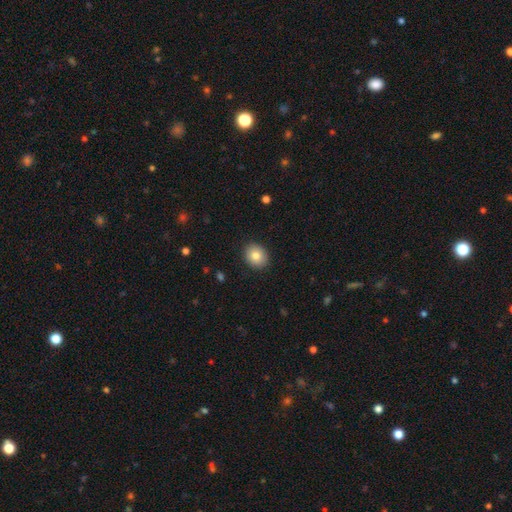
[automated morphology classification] Smooth or featured: smooth — 81% (featured or disk — 10%)
How rounded: round — 67% (in between — 32%)
Merging: none — 90% (minor disturbance — 7%)